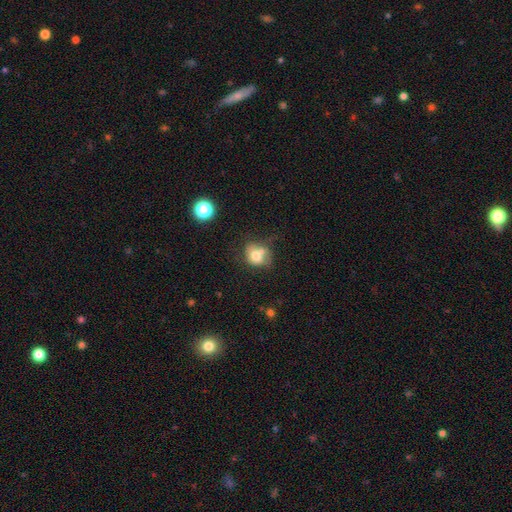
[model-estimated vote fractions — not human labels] Q: Smooth or featured?
A: smooth (67%); runner-up: featured or disk (22%)
Q: How rounded?
A: round (62%); runner-up: in between (38%)
Q: Merging?
A: merger (41%); runner-up: none (33%)